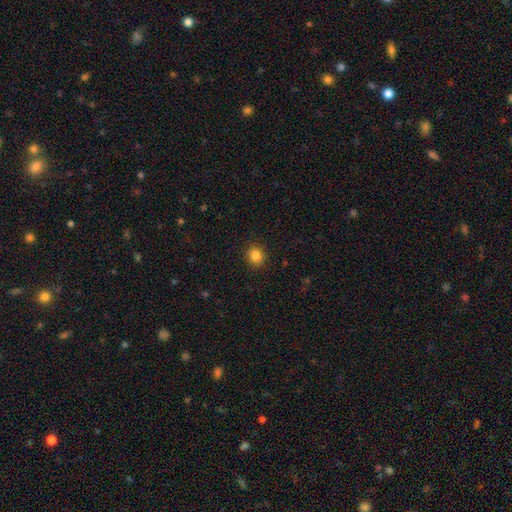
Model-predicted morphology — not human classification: Smooth or featured? Predicted: smooth (p=0.83). How rounded? Predicted: round (p=0.78). Merging? Predicted: none (p=0.88).